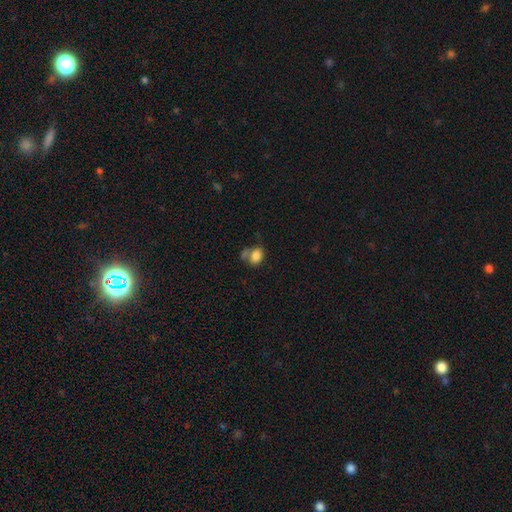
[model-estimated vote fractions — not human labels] A smooth galaxy with no disk features (82%) that is in between round and cigar-shaped (68%). Merging: none (41%).